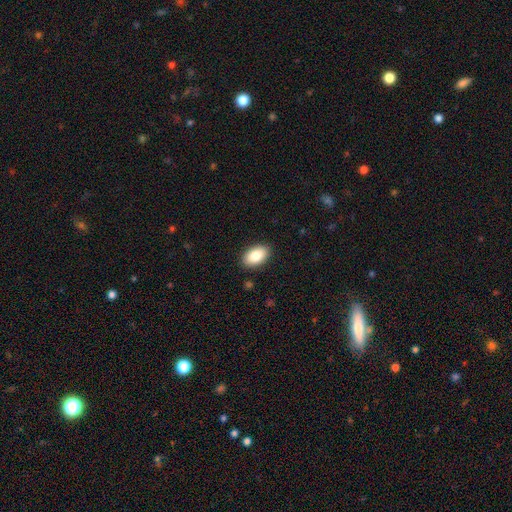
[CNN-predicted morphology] Smooth or featured: smooth — 85% (featured or disk — 8%)
How rounded: in between — 93% (round — 5%)
Merging: none — 88% (minor disturbance — 9%)